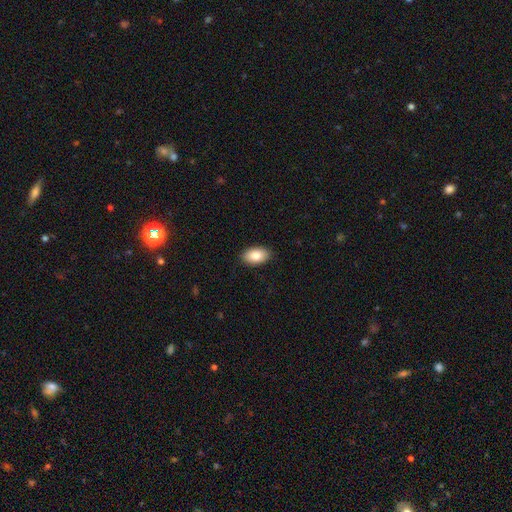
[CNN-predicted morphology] smooth_or_featured: smooth (p=0.84) [alt: featured or disk p=0.09]
how_rounded: in between (p=0.93) [alt: round p=0.06]
merging: none (p=0.90) [alt: minor disturbance p=0.08]